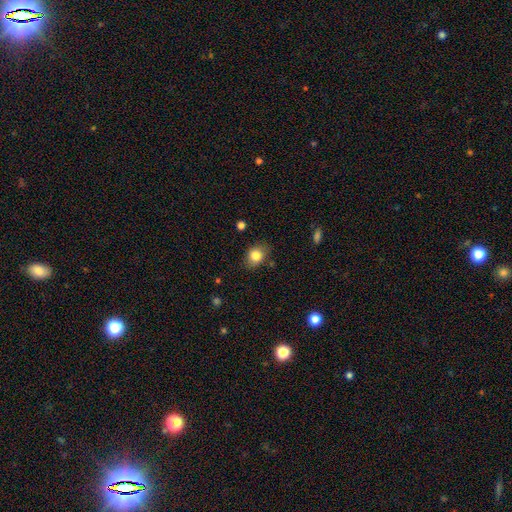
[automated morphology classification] type=smooth (83%); roundness=in between (55%); merging=none (78%).